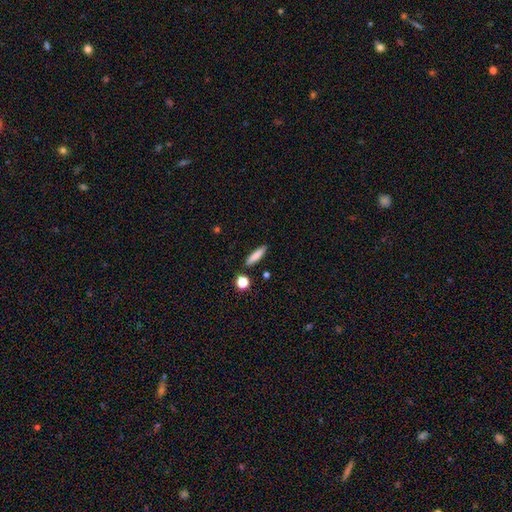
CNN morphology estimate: Q: Smooth or featured?
A: smooth (81%); runner-up: featured or disk (11%)
Q: How rounded?
A: cigar-shaped (77%); runner-up: in between (20%)
Q: Merging?
A: none (87%); runner-up: minor disturbance (8%)